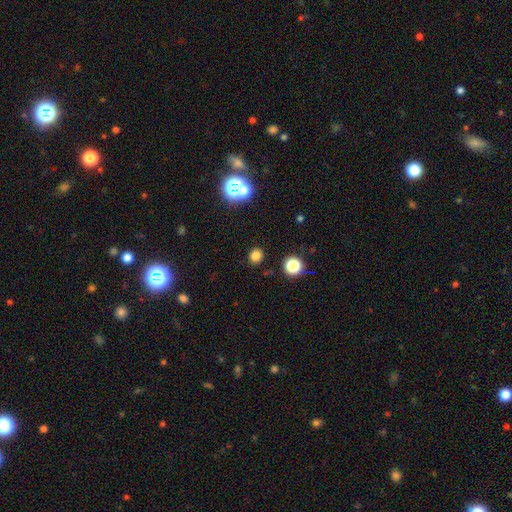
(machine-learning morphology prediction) This appears to be a smooth galaxy with no disk features (77%) that is round (79%). Merging: none (88%).